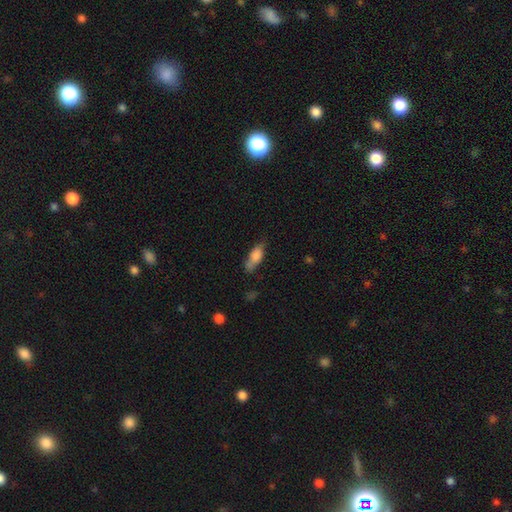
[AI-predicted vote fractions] smooth-or-featured: smooth: 76% | featured or disk: 16% | star or artifact: 7%
  how-rounded: in between: 69% | cigar-shaped: 28% | round: 3%
  merging: none: 54% | minor disturbance: 29% | major disturbance: 9% | merger: 8%